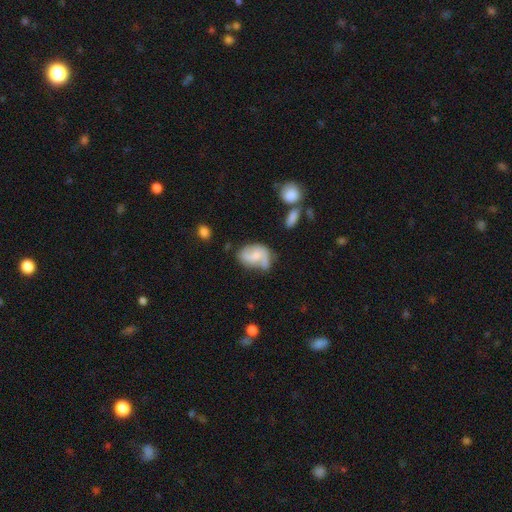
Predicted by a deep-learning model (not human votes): Overall: featured or disk (60%; smooth 33%). Edge-on disk: no (97%). Bar: no (56%; weak 37%). Spiral arms: yes (86%). Bulge size: moderate (37%; small 36%). Merging: none (44%; minor disturbance 31%).